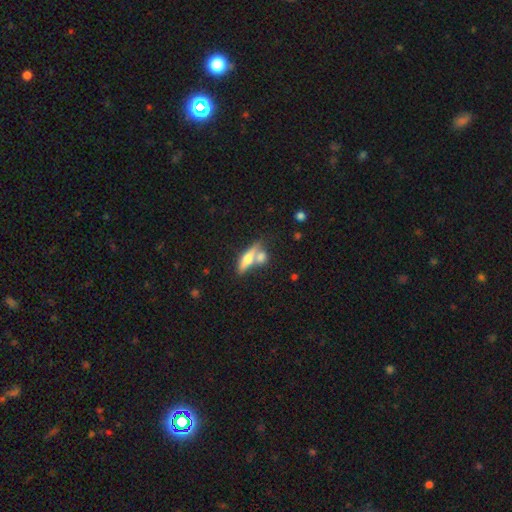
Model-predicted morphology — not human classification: This appears to be a smooth galaxy with no disk features (54%) that is cigar-shaped (54%). Merging: merger (43%).